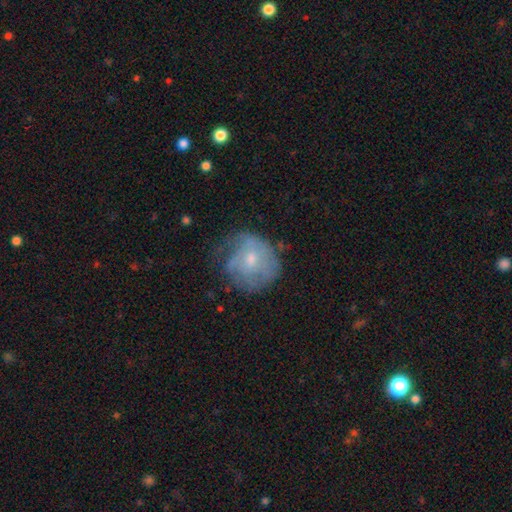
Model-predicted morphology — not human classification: This appears to be a featured or disk galaxy (48%). Merging: none (48%).